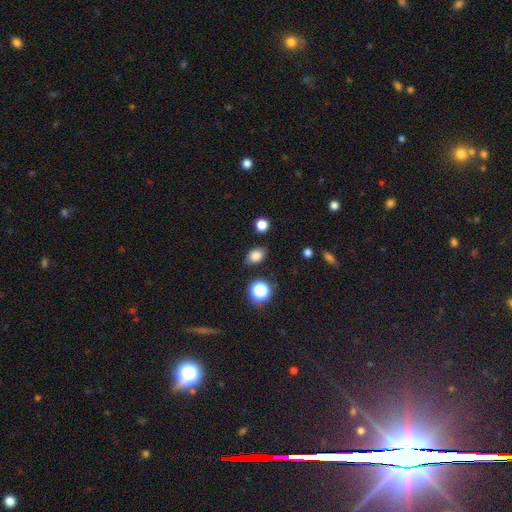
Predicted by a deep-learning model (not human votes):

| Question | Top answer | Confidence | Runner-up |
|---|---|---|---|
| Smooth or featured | smooth | 80% | star or artifact (13%) |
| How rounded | in between | 74% | round (24%) |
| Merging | none | 82% | minor disturbance (13%) |